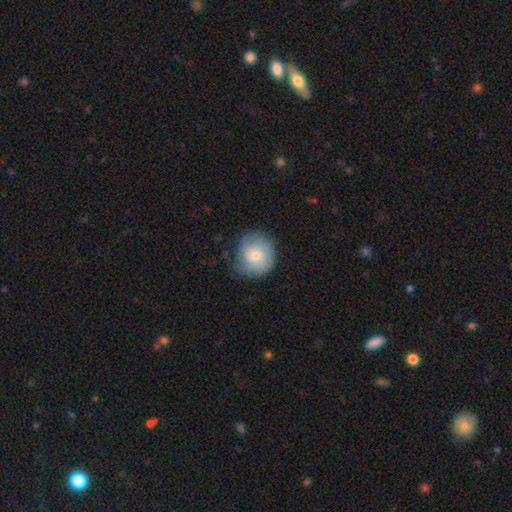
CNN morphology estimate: This is likely a smooth galaxy (64%). How rounded: clearly round (84%). Merging: likely none (70%).